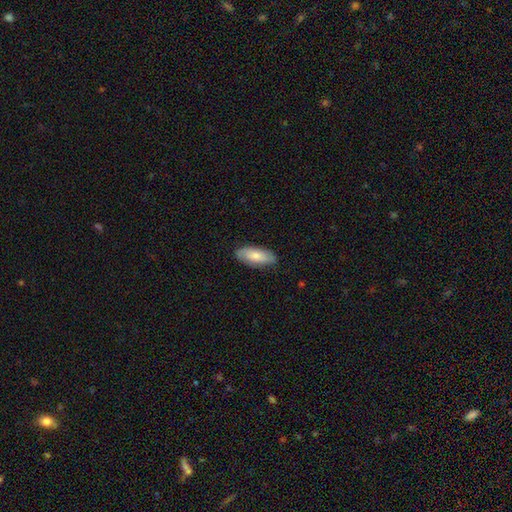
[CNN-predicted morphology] smooth 73%, featured or disk 22%, star or artifact 6%. Down the decision tree: how rounded — in between (82%); merging — none (83%).